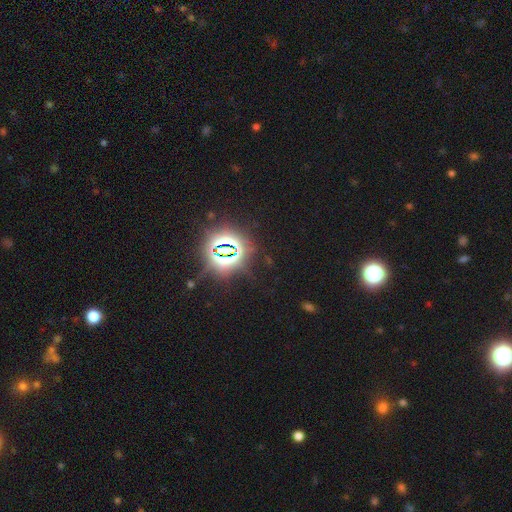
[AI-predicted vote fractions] Overall: star or artifact (83%).